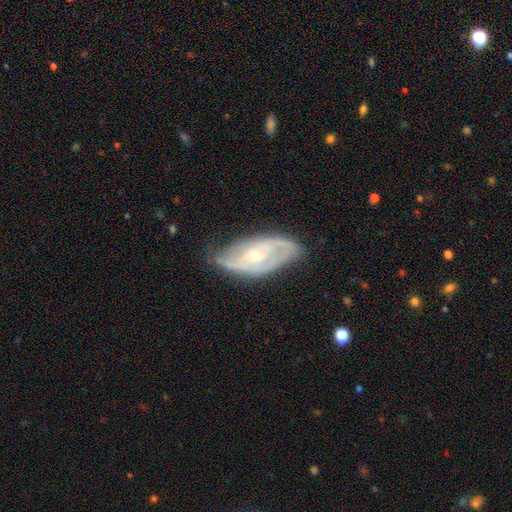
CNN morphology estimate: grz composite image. It shows a featured or disk galaxy (77%) with no bar (66%), 2 (49%) tight (49%) spiral arms (82%) and a small central bulge (55%). Merging: none (60%).